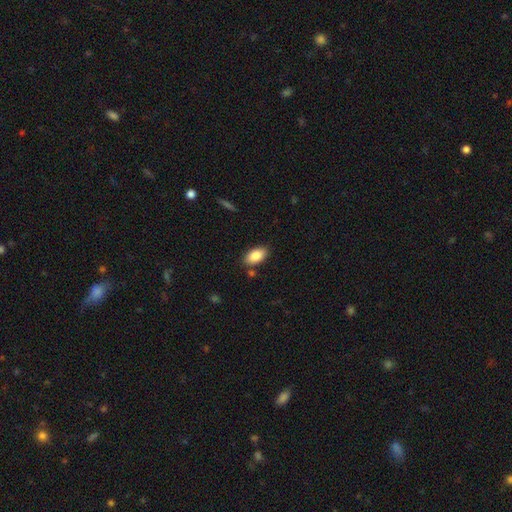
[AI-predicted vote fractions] Morphology: type=smooth (86%); roundness=in between (93%); merging=none (83%).